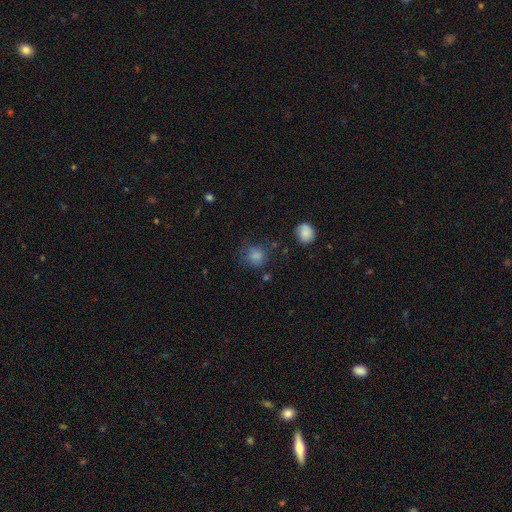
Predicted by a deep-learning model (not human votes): Morphology: type=smooth (81%); roundness=round (83%); merging=none (67%).